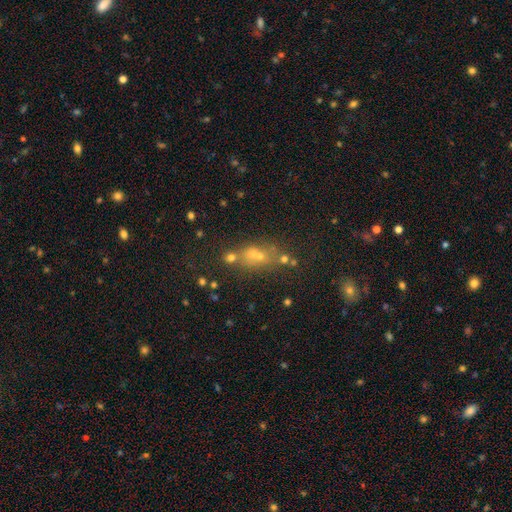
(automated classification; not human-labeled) smooth-or-featured: smooth: 51% | star or artifact: 31% | featured or disk: 18%
  how-rounded: in between: 53% | round: 38% | cigar-shaped: 9%
  merging: none: 48% | merger: 30% | minor disturbance: 13% | major disturbance: 9%